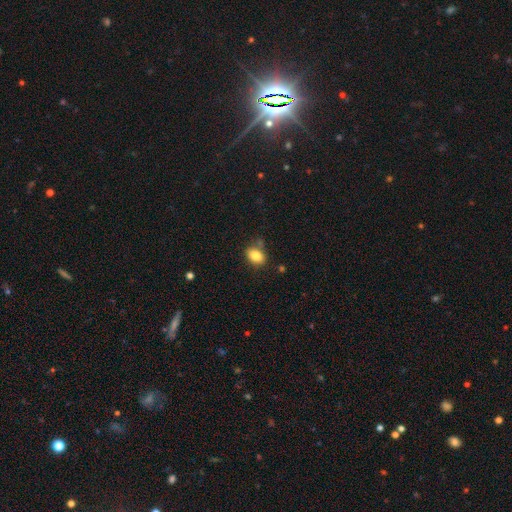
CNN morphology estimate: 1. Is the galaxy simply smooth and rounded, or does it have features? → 85% smooth, 9% star or artifact, 7% featured or disk.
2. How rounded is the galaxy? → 78% in between, 21% round, 1% cigar-shaped.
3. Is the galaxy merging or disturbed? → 73% none, 16% minor disturbance, 7% merger, 4% major disturbance.